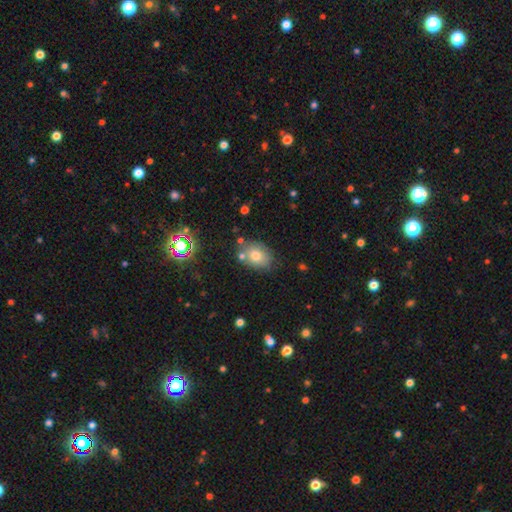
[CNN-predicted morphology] Smooth or featured?
  - smooth: 73% *
  - featured or disk: 14%
  - star or artifact: 12%
How rounded?
  - in between: 65% *
  - round: 34%
  - cigar-shaped: 1%
Merging?
  - none: 70% *
  - minor disturbance: 15%
  - merger: 10%
  - major disturbance: 4%